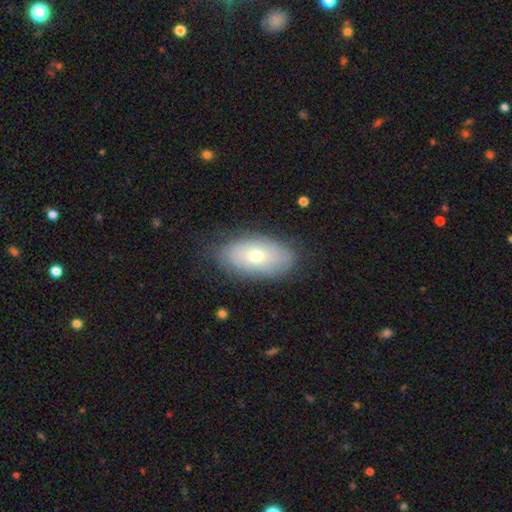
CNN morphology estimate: Overall: smooth (59%; featured or disk 33%). How rounded: in between (92%). Merging: none (79%).